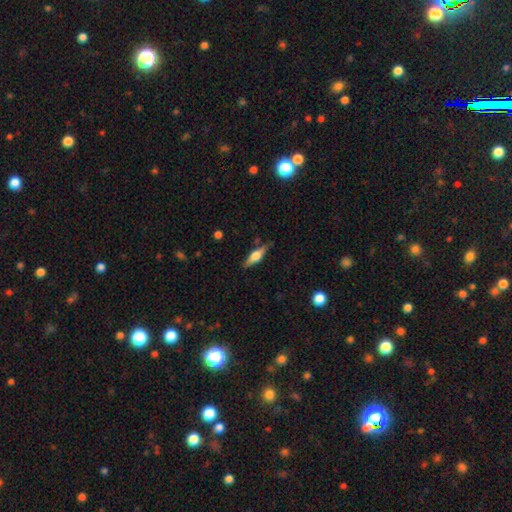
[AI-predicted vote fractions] The model was most divided on "smooth or featured": featured or disk: 55%, smooth: 39%, star or artifact: 7%. More confident: edge-on disk — yes (94%); edge-on bulge — rounded (89%); merging — none (81%).